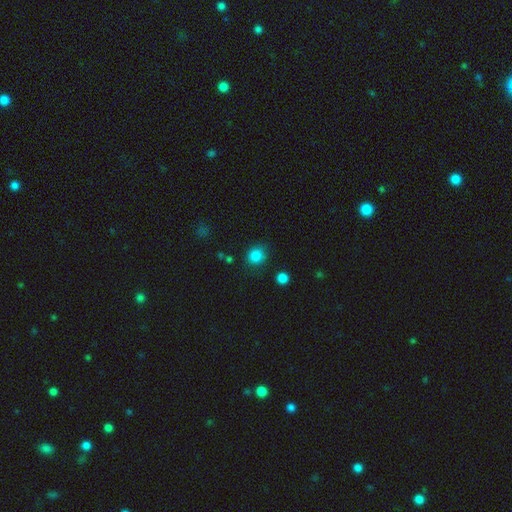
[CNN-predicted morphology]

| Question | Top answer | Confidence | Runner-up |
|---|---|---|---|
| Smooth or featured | smooth | 85% | star or artifact (11%) |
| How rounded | round | 80% | in between (19%) |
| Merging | none | 81% | minor disturbance (12%) |